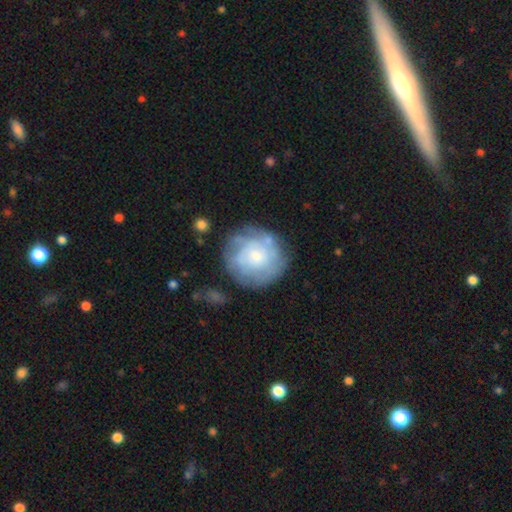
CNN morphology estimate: This is possibly a featured or disk galaxy (49%). Merging: likely none (69%).